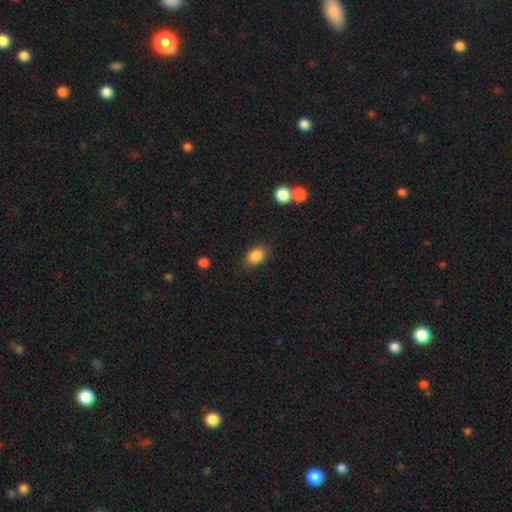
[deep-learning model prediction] This is clearly a smooth galaxy (86%). How rounded: likely in between (77%). Merging: clearly none (81%).